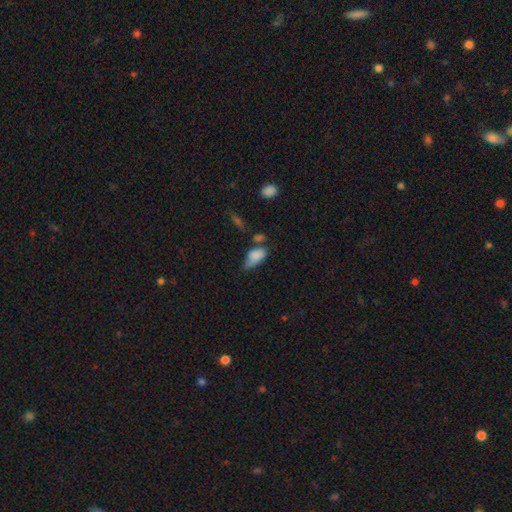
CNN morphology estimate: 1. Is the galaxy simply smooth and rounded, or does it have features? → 79% smooth, 12% featured or disk, 9% star or artifact.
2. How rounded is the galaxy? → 89% in between, 6% cigar-shaped, 5% round.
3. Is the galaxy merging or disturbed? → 36% minor disturbance, 30% none, 19% major disturbance, 15% merger.